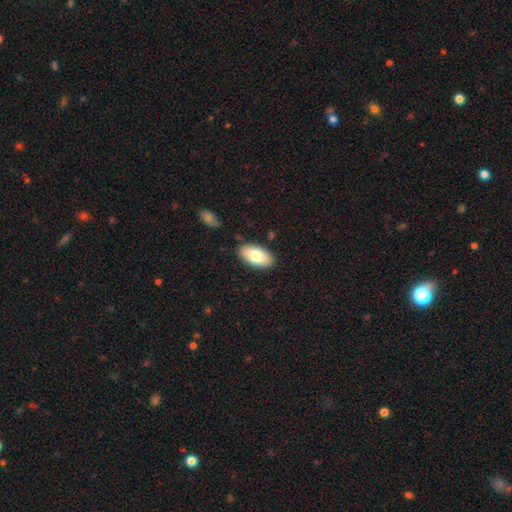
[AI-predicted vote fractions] smooth_or_featured: smooth (p=0.78) [alt: featured or disk p=0.16]
how_rounded: in between (p=0.95) [alt: round p=0.03]
merging: none (p=0.85) [alt: minor disturbance p=0.10]